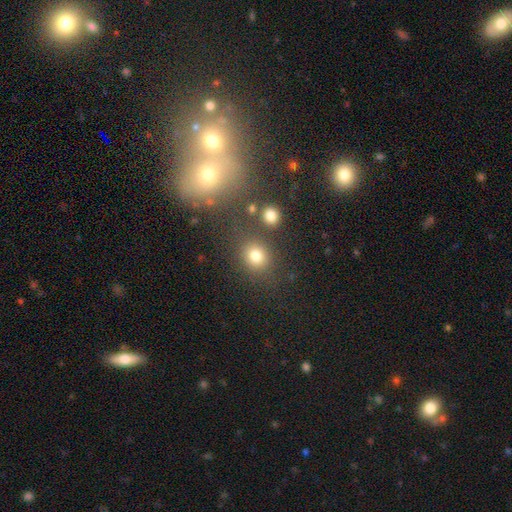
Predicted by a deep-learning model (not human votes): Smooth or featured? smooth (77%)
How rounded? round (75%)
Merging? none (73%)